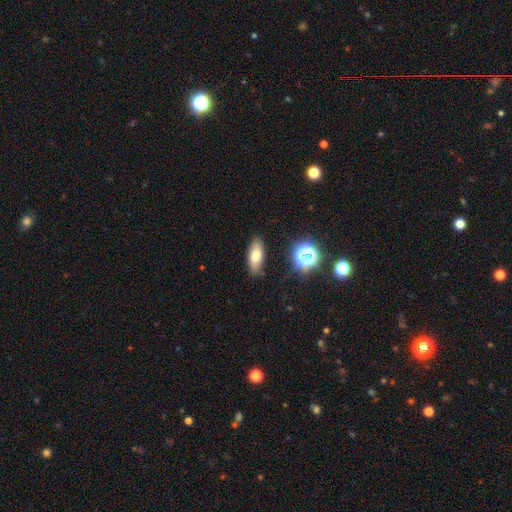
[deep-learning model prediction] This appears to be a smooth galaxy with no disk features (70%) that is in between round and cigar-shaped (75%). Merging: none (85%).